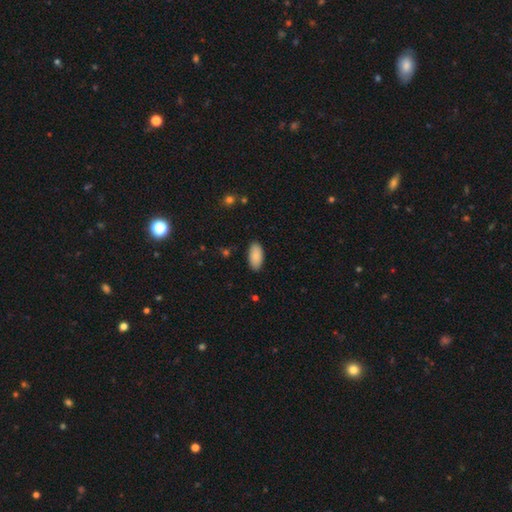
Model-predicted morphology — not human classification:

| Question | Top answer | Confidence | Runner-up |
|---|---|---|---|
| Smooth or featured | smooth | 89% | star or artifact (6%) |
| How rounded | in between | 93% | cigar-shaped (5%) |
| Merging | none | 88% | minor disturbance (9%) |